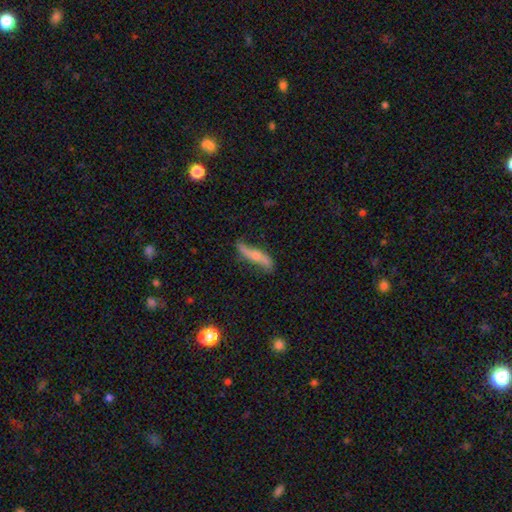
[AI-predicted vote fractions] A featured or disk galaxy (64%).

Vote fractions:
- Smooth or featured? featured or disk: 64% / smooth: 30% / star or artifact: 7%
- Edge-on disk? no: 56% / yes: 44%
- Merging? none: 67% / minor disturbance: 22% / major disturbance: 8% / merger: 3%